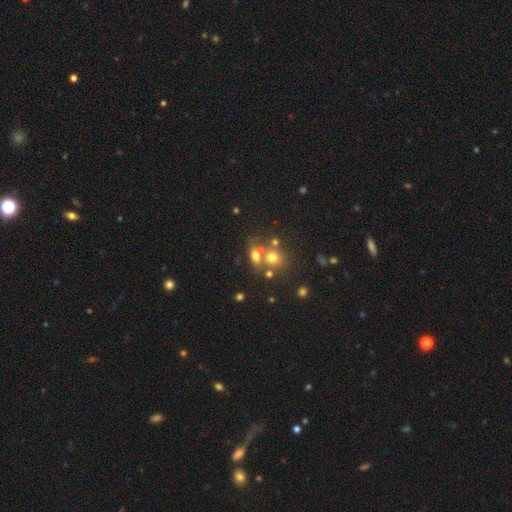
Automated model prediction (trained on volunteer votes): smooth 64%, featured or disk 19%, star or artifact 17%. Down the decision tree: how rounded — in between (49%); merging — none (45%).